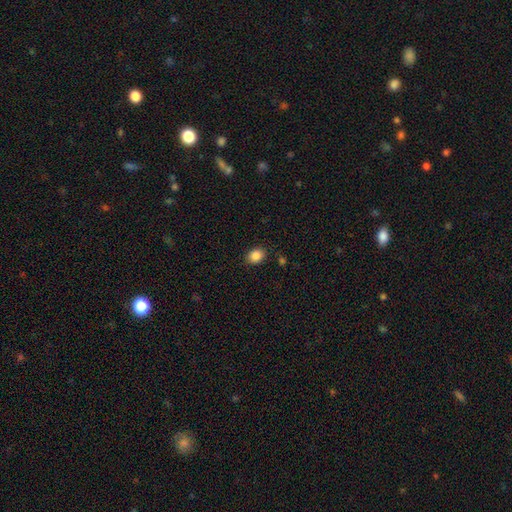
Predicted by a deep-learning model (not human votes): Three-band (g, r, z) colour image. It shows a smooth galaxy with no disk features (87%) that is in between round and cigar-shaped (57%). Merging: none (86%).